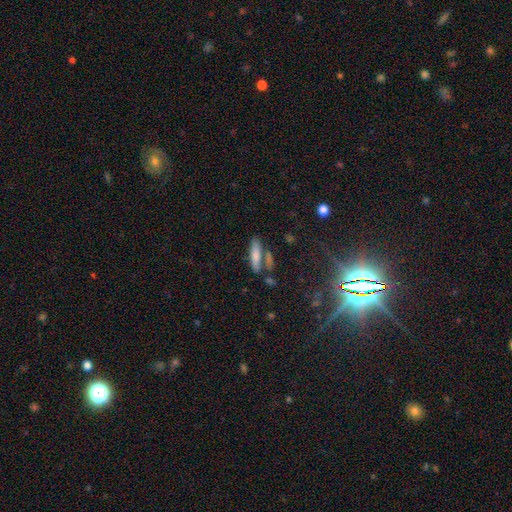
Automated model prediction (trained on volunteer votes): smooth-or-featured: smooth: 72% | featured or disk: 19% | star or artifact: 8%
  how-rounded: cigar-shaped: 73% | in between: 25% | round: 2%
  merging: none: 64% | merger: 18% | minor disturbance: 14% | major disturbance: 5%